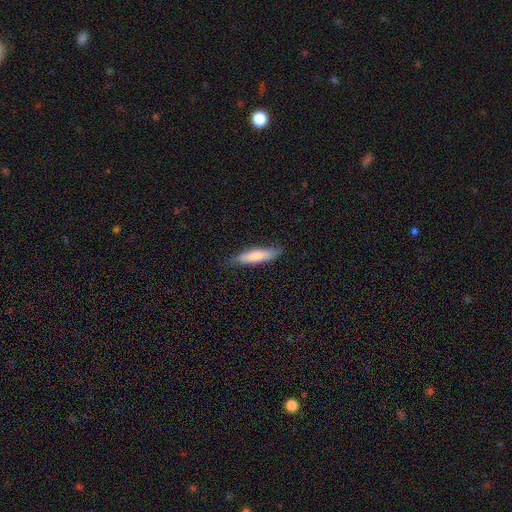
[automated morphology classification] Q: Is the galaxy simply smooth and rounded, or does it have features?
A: smooth — 70%.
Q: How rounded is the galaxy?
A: cigar-shaped — 79%.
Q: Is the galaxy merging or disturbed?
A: none — 83%.